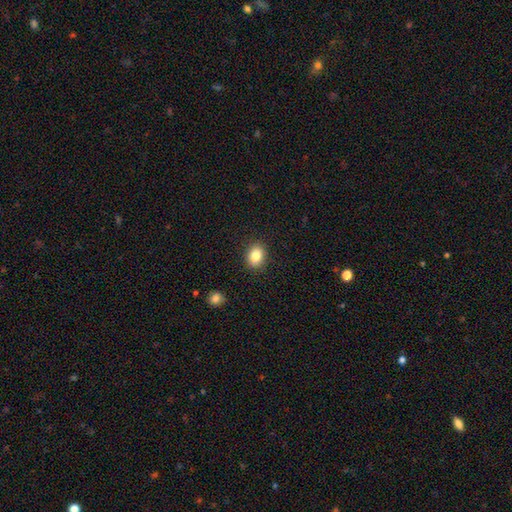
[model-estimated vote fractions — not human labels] Smooth or featured? Predicted: smooth (p=0.85). How rounded? Predicted: in between (p=0.60). Merging? Predicted: none (p=0.89).